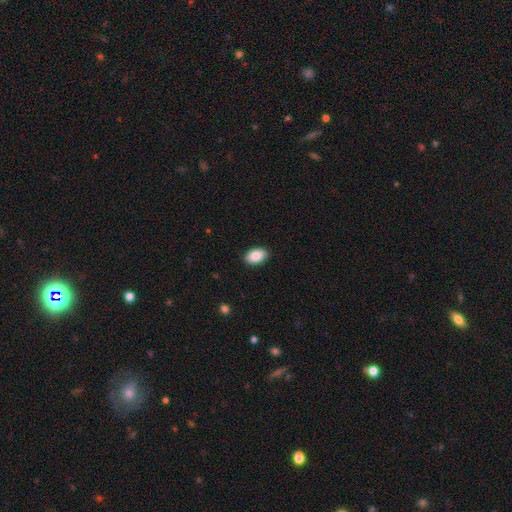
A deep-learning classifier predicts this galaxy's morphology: type=smooth (88%); roundness=in between (91%); merging=none (90%).